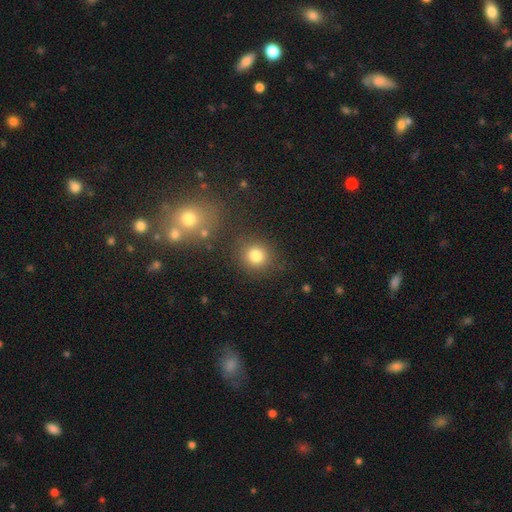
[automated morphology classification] smooth_or_featured: smooth (p=0.80) [alt: star or artifact p=0.13]
how_rounded: round (p=0.89) [alt: in between p=0.10]
merging: none (p=0.80) [alt: minor disturbance p=0.09]